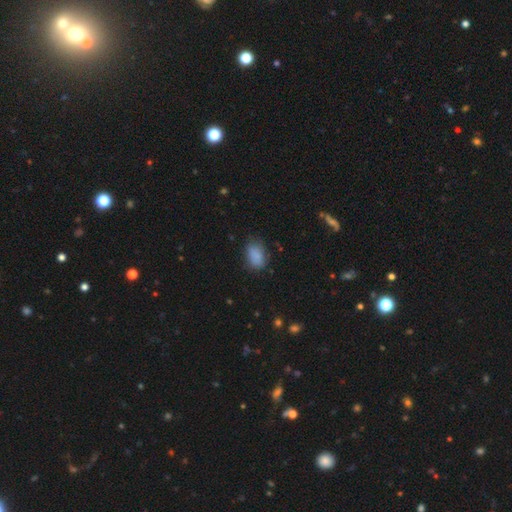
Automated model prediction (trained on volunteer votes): smooth_or_featured: smooth (p=0.86) [alt: star or artifact p=0.09]
how_rounded: in between (p=0.87) [alt: round p=0.11]
merging: none (p=0.71) [alt: minor disturbance p=0.22]